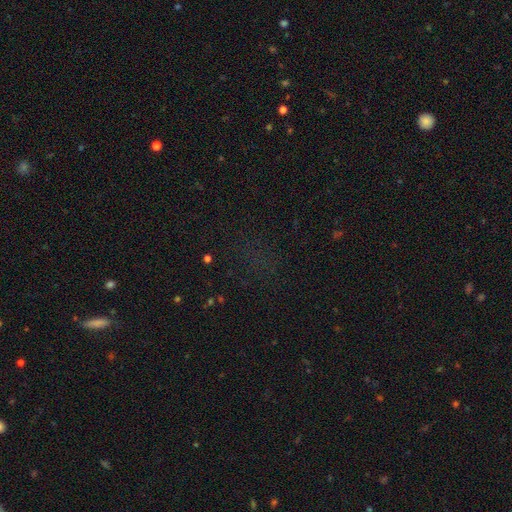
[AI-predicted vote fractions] star or artifact 65%, smooth 24%, featured or disk 11%.